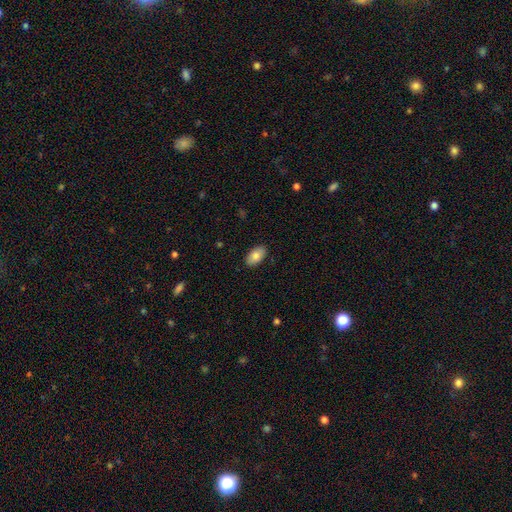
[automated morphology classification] type=smooth (83%); roundness=in between (94%); merging=none (89%).